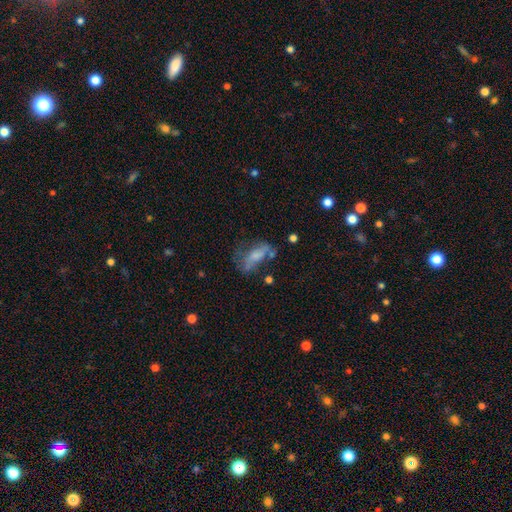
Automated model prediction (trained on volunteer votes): Q: Smooth or featured?
A: smooth (53%); runner-up: featured or disk (36%)
Q: How rounded?
A: in between (73%); runner-up: cigar-shaped (22%)
Q: Merging?
A: none (33%); runner-up: major disturbance (32%)